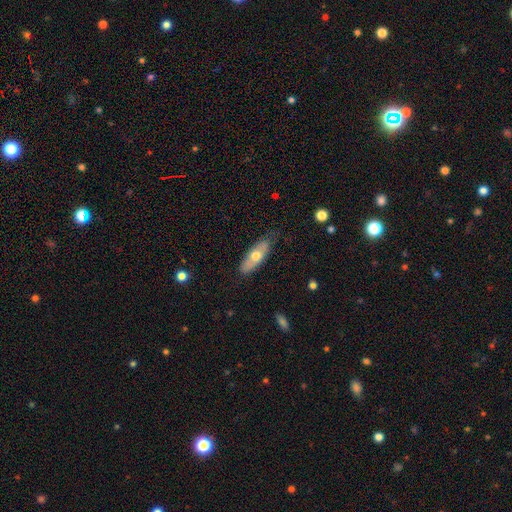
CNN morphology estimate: smooth-or-featured: smooth: 56% | featured or disk: 39% | star or artifact: 6%
  how-rounded: in between: 68% | cigar-shaped: 29% | round: 3%
  merging: none: 76% | minor disturbance: 19% | major disturbance: 4% | merger: 1%